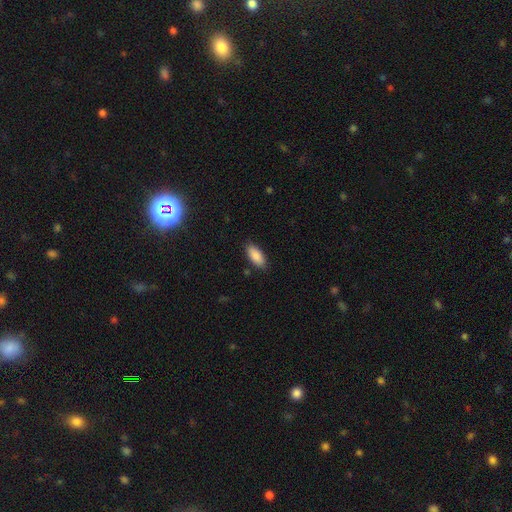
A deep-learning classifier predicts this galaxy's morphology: smooth 89%, star or artifact 6%, featured or disk 5%. Down the decision tree: how rounded — in between (87%); merging — none (87%).